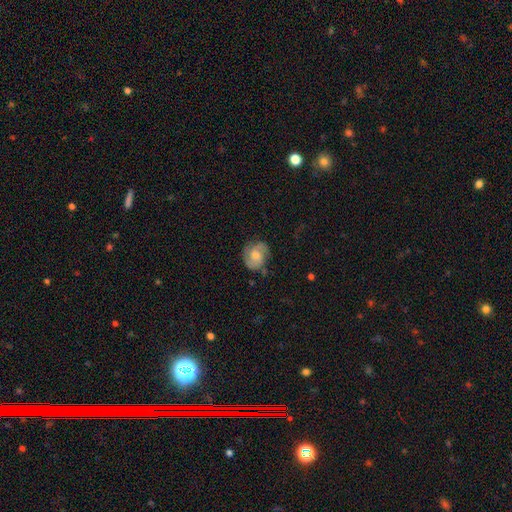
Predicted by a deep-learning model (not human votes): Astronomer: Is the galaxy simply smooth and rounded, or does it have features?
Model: featured or disk — 62%.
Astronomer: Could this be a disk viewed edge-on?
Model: no — 97%.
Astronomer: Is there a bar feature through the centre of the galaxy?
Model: no — 64%.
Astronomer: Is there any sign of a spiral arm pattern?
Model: yes — 91%.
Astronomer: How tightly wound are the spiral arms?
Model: medium — 46% (runner-up: tight, 35%).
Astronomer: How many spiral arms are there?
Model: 2 — 74%.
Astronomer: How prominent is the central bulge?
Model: moderate — 58%.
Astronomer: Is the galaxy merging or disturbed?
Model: none — 72%.